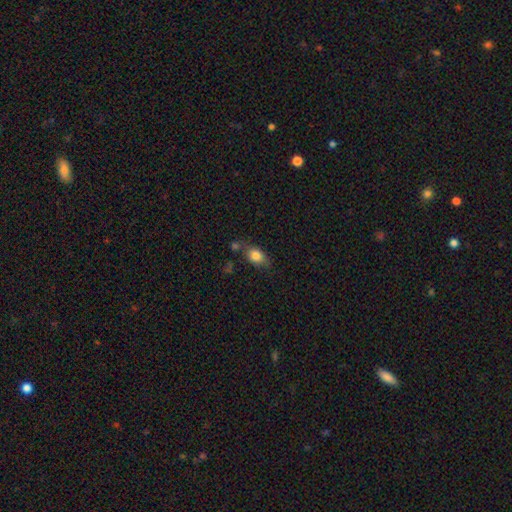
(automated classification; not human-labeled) This is clearly a smooth galaxy (81%). How rounded: likely in between (75%). Merging: possibly none (58%).